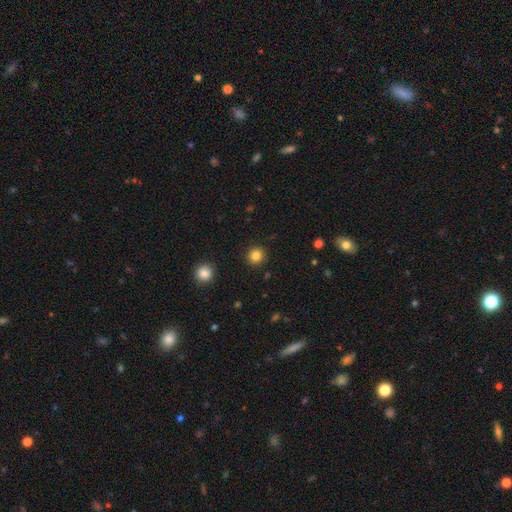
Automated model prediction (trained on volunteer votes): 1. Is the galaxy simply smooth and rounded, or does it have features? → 84% smooth, 12% star or artifact, 5% featured or disk.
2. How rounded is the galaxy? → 92% round, 7% in between, 1% cigar-shaped.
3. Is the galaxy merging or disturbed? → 91% none, 6% minor disturbance, 2% major disturbance, 1% merger.